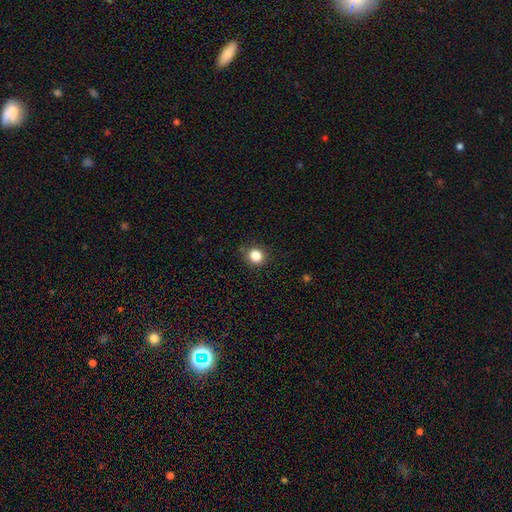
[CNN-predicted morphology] A smooth galaxy with no disk features (84%) that is round (86%).

Vote fractions:
- Smooth or featured? smooth: 84% / star or artifact: 11% / featured or disk: 4%
- How rounded? round: 86% / in between: 13% / cigar-shaped: 1%
- Merging? none: 86% / minor disturbance: 10% / major disturbance: 3% / merger: 1%